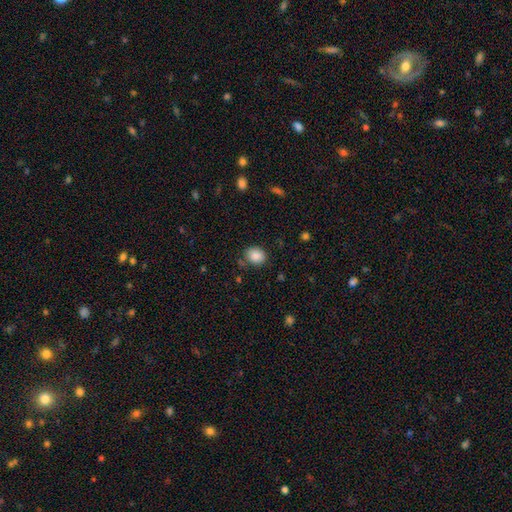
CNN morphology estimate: Smooth or featured: smooth — 86% (star or artifact — 9%)
How rounded: round — 58% (in between — 41%)
Merging: none — 79% (minor disturbance — 14%)